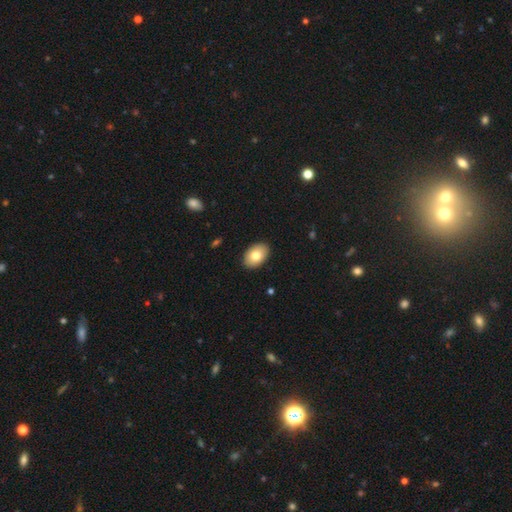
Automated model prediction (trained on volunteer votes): Smooth or featured? smooth (78%)
How rounded? in between (88%)
Merging? none (90%)